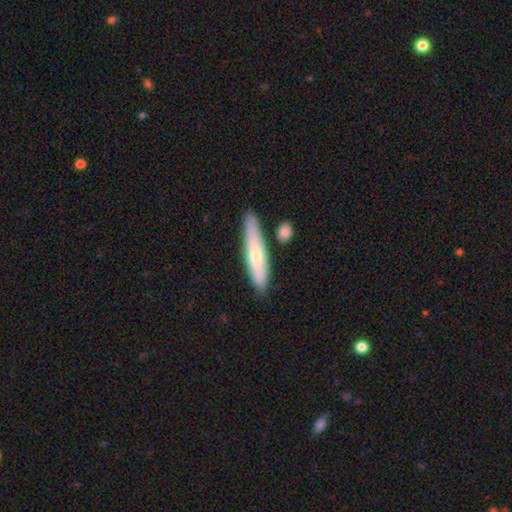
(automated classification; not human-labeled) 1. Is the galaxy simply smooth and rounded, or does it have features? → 53% smooth, 39% featured or disk, 7% star or artifact.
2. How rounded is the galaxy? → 87% cigar-shaped, 12% in between, 2% round.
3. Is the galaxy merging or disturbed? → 83% none, 11% minor disturbance, 4% merger, 2% major disturbance.